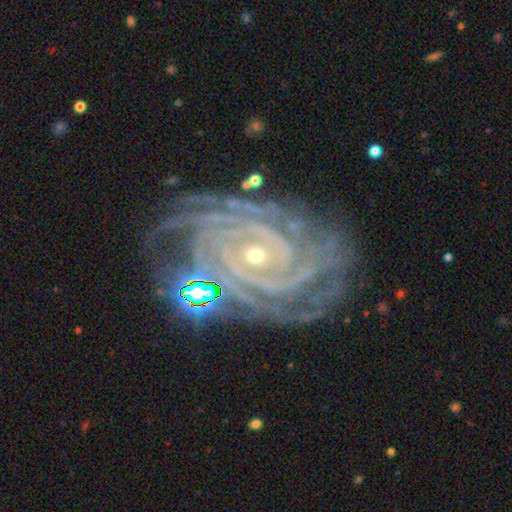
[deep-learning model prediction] smooth_or_featured: featured or disk (p=0.92) [alt: star or artifact p=0.06]
disk_edge_on: no (p=0.97) [alt: yes p=0.03]
bar: no (p=0.69) [alt: weak p=0.19]
has_spiral_arms: yes (p=0.99) [alt: no p=0.01]
spiral_winding: tight (p=0.83) [alt: medium p=0.15]
spiral_arm_count: 4 (p=0.26) [alt: more than 4 p=0.20]
bulge_size: small (p=0.76) [alt: moderate p=0.21]
merging: none (p=0.71) [alt: minor disturbance p=0.18]